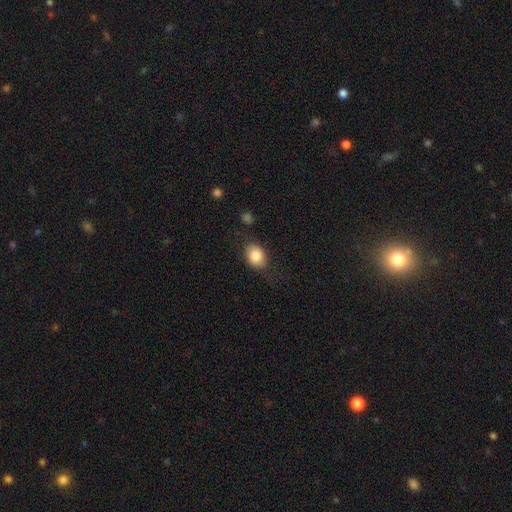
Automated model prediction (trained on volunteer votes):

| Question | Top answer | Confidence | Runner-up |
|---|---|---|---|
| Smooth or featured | smooth | 83% | featured or disk (9%) |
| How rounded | in between | 59% | round (40%) |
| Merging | none | 72% | minor disturbance (19%) |